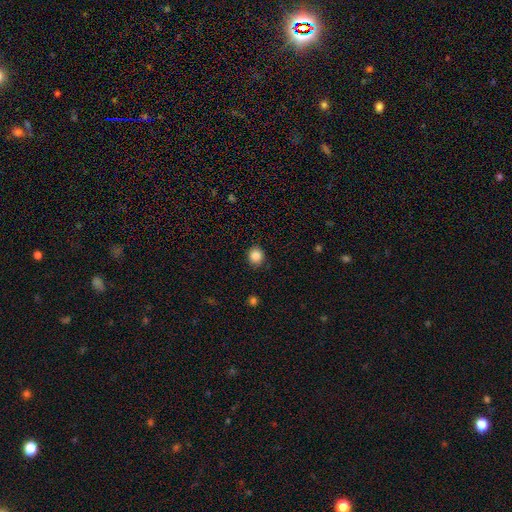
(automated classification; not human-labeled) smooth 86%, star or artifact 10%, featured or disk 3%. Down the decision tree: how rounded — round (85%); merging — none (88%).